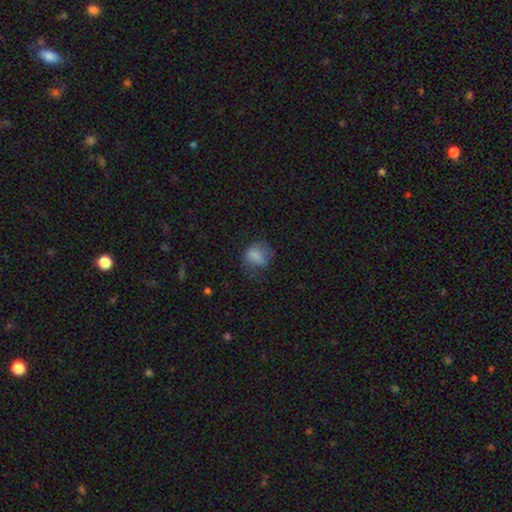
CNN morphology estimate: Smooth or featured? smooth (74%)
How rounded? round (50%)
Merging? none (48%)